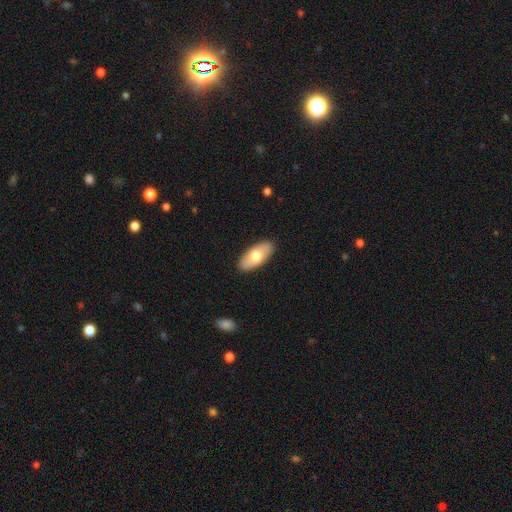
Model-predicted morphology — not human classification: smooth-or-featured: smooth: 69% | featured or disk: 26% | star or artifact: 5%
  how-rounded: in between: 90% | cigar-shaped: 7% | round: 2%
  merging: none: 90% | minor disturbance: 8% | major disturbance: 2% | merger: 1%